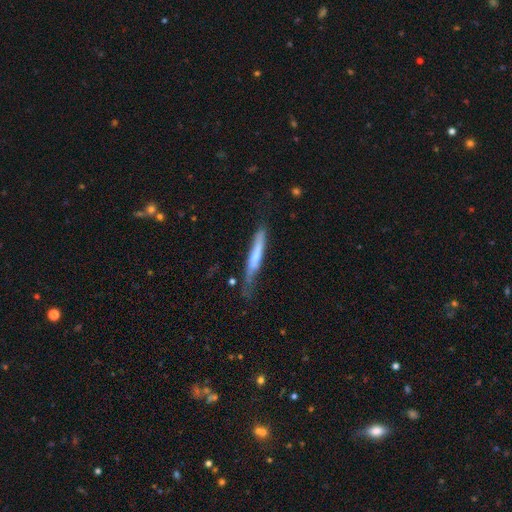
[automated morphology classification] Smooth or featured?
  - smooth: 58% *
  - featured or disk: 37%
  - star or artifact: 6%
How rounded?
  - cigar-shaped: 94% *
  - in between: 5%
  - round: 1%
Merging?
  - none: 56% *
  - minor disturbance: 30%
  - major disturbance: 10%
  - merger: 3%